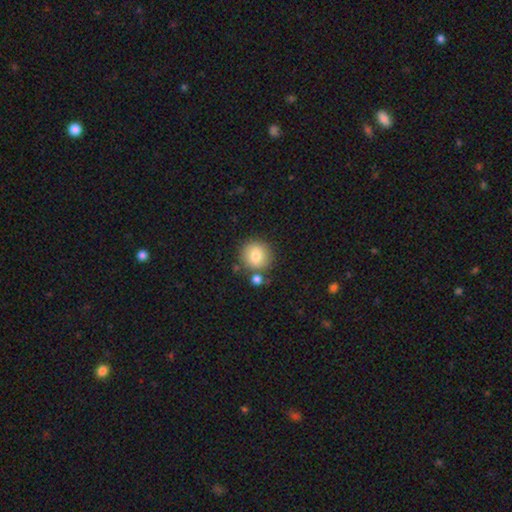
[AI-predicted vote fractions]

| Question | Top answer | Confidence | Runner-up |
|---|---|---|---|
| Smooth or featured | smooth | 80% | featured or disk (10%) |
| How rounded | round | 91% | in between (8%) |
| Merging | none | 76% | merger (11%) |